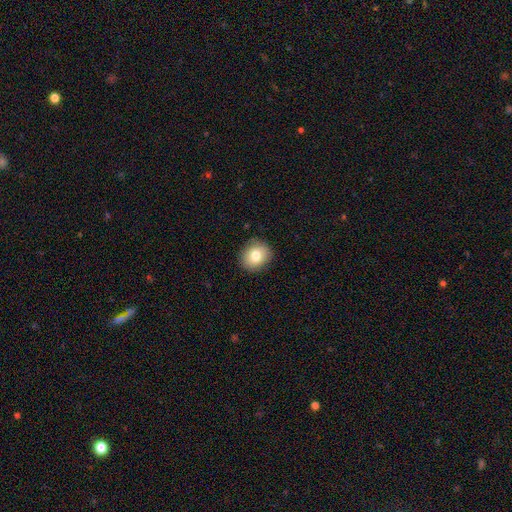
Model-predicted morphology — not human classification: Q: Smooth or featured?
A: smooth (78%); runner-up: featured or disk (12%)
Q: How rounded?
A: round (75%); runner-up: in between (25%)
Q: Merging?
A: none (88%); runner-up: minor disturbance (9%)